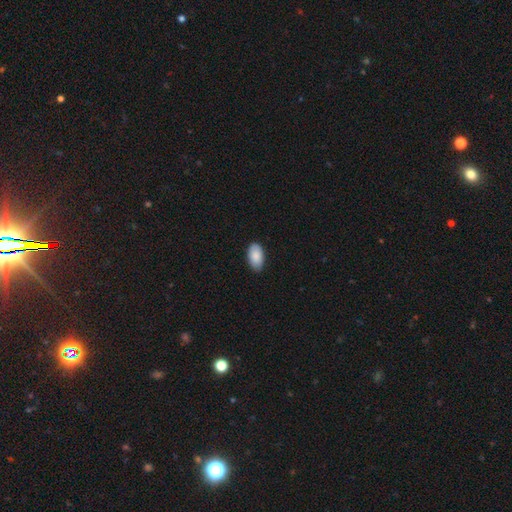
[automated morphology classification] The model was most divided on "merging": none: 83%, minor disturbance: 14%, major disturbance: 2%, merger: 1%. More confident: how rounded — in between (95%); smooth or featured — smooth (87%).